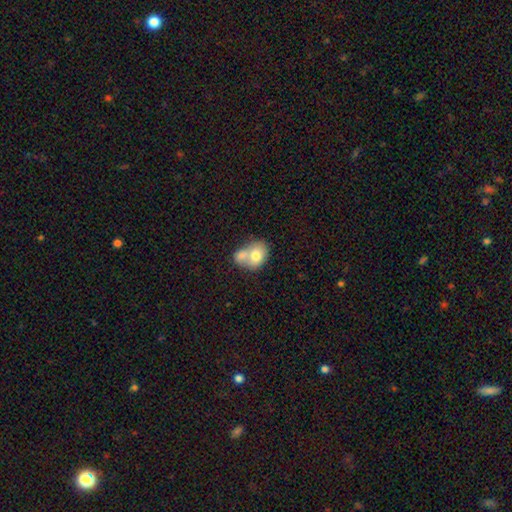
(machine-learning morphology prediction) smooth 71%, featured or disk 22%, star or artifact 8%. Down the decision tree: how rounded — in between (58%); merging — merger (66%).